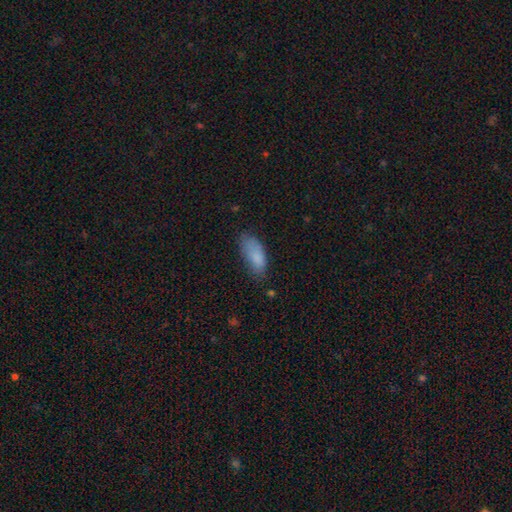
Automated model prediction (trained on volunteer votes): A smooth galaxy with no disk features (83%) that is in between round and cigar-shaped (85%).

Vote fractions:
- Smooth or featured? smooth: 83% / featured or disk: 9% / star or artifact: 8%
- How rounded? in between: 85% / cigar-shaped: 13% / round: 2%
- Merging? none: 56% / minor disturbance: 31% / major disturbance: 11% / merger: 2%